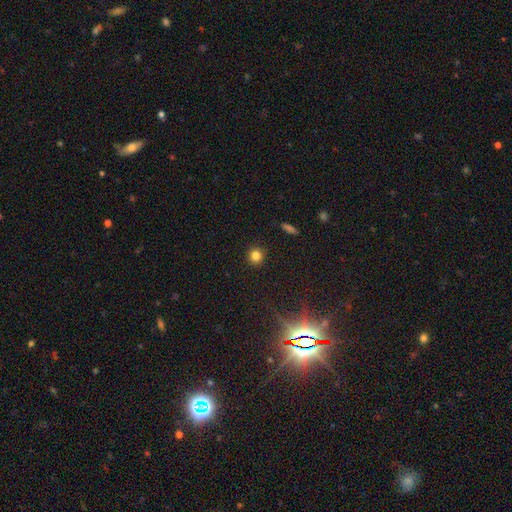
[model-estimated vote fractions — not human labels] Q: Smooth or featured?
A: smooth (81%); runner-up: star or artifact (14%)
Q: How rounded?
A: round (92%); runner-up: in between (7%)
Q: Merging?
A: none (92%); runner-up: minor disturbance (5%)